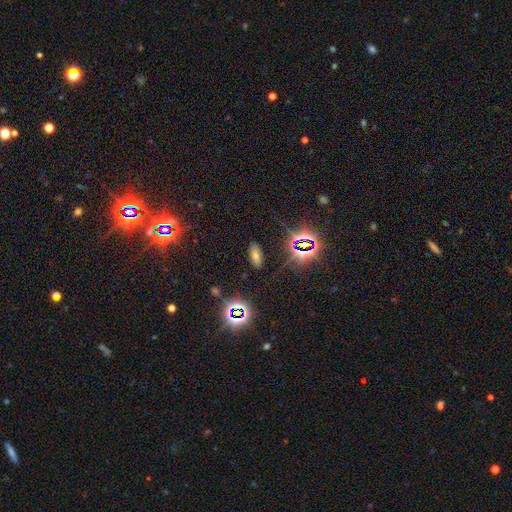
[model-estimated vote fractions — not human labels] Morphology: type=star or artifact (45%).